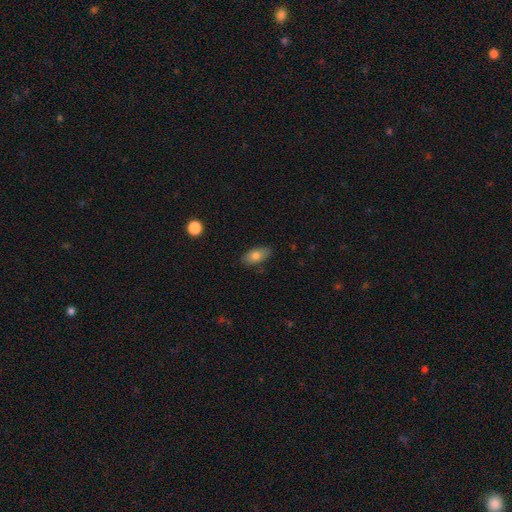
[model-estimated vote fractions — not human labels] smooth_or_featured: smooth (p=0.77) [alt: featured or disk p=0.15]
how_rounded: in between (p=0.90) [alt: cigar-shaped p=0.06]
merging: none (p=0.82) [alt: minor disturbance p=0.14]